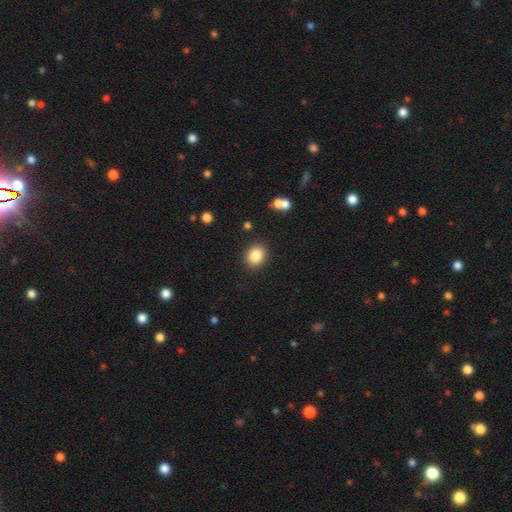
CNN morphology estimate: A smooth galaxy with no disk features (85%) that is round (75%). Merging: none (89%).